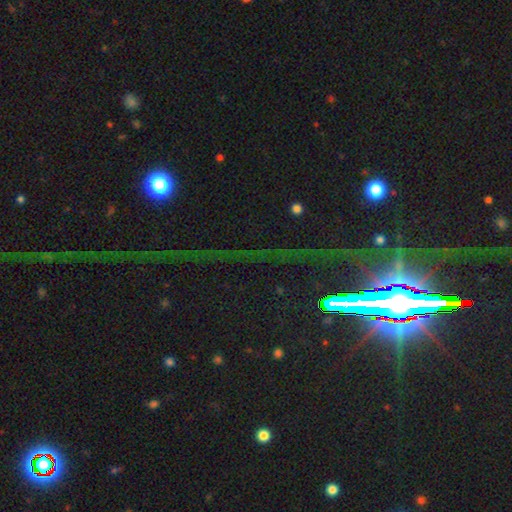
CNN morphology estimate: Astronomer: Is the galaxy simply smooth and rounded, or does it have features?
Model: star or artifact — 78%.